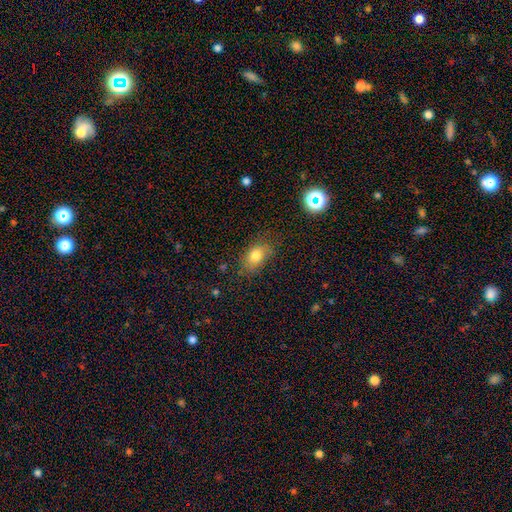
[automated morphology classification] A smooth galaxy with no disk features (79%) that is in between round and cigar-shaped (82%). Merging: none (74%).